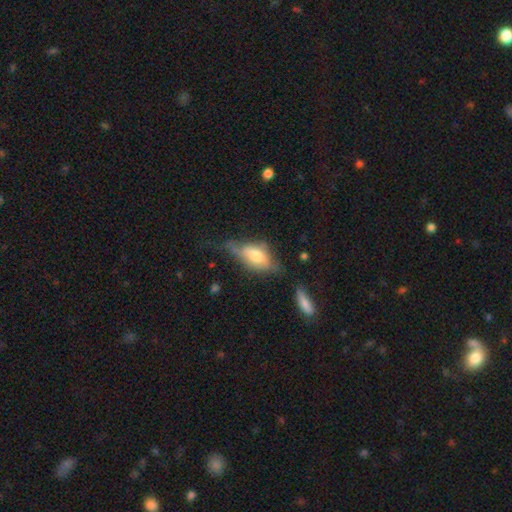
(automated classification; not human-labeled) A smooth galaxy with no disk features (47%).

Vote fractions:
- Smooth or featured? smooth: 47% / featured or disk: 45% / star or artifact: 8%
- Merging? none: 44% / minor disturbance: 32% / major disturbance: 19% / merger: 5%